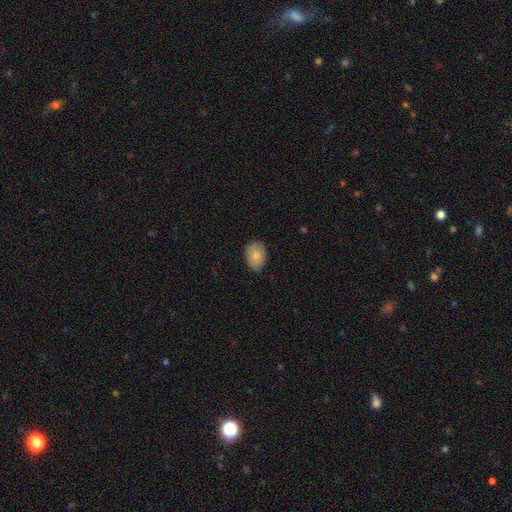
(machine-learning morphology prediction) This appears to be a smooth galaxy with no disk features (84%) that is in between round and cigar-shaped (78%). Merging: none (85%).